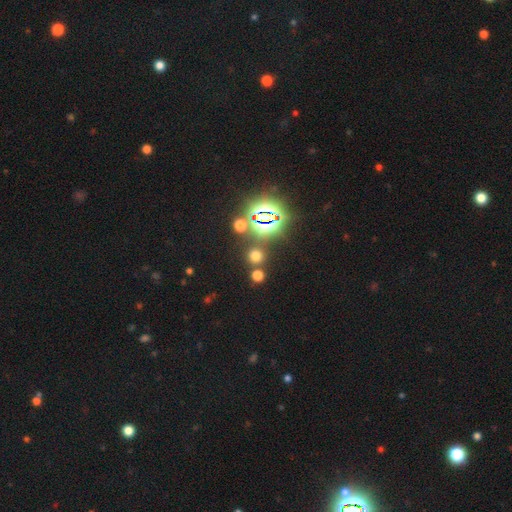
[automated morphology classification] This is possibly a smooth galaxy (56%). How rounded: clearly round (90%). Merging: likely none (79%).